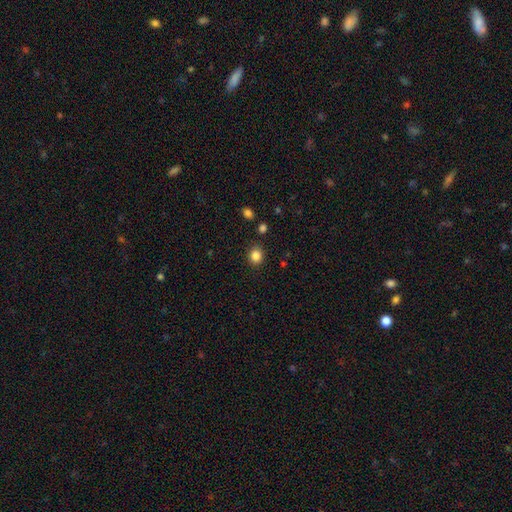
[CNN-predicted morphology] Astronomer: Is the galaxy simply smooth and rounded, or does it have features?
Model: smooth — 85%.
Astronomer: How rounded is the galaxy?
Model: round — 73%.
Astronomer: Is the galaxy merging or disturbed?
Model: none — 87%.